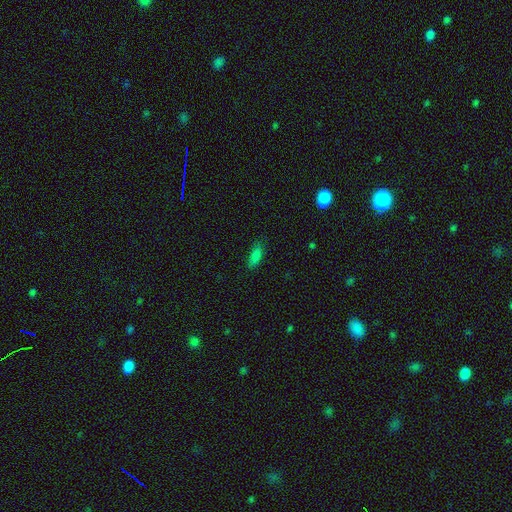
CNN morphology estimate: smooth_or_featured: smooth (p=0.81) [alt: star or artifact p=0.11]
how_rounded: in between (p=0.65) [alt: cigar-shaped p=0.32]
merging: none (p=0.78) [alt: minor disturbance p=0.17]